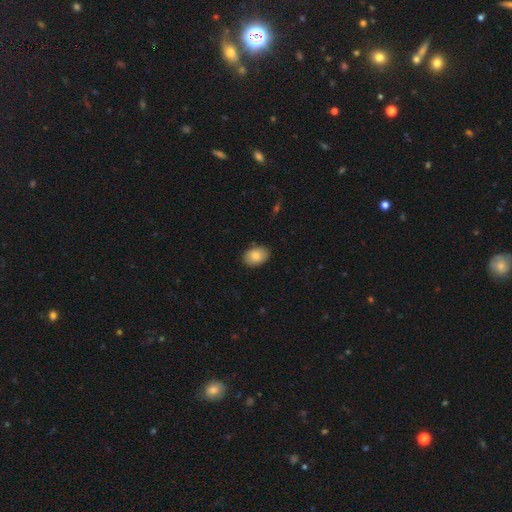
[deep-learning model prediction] This is clearly a smooth galaxy (85%). How rounded: clearly in between (84%). Merging: clearly none (86%).